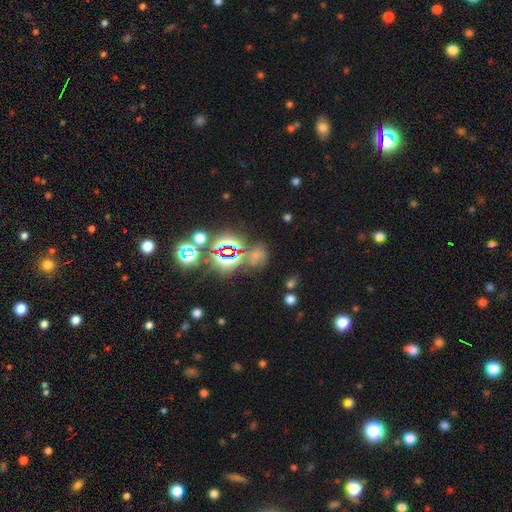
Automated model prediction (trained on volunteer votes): A star or artifact, not a galaxy (52%).

Vote fractions:
- Smooth or featured? star or artifact: 52% / smooth: 38% / featured or disk: 10%